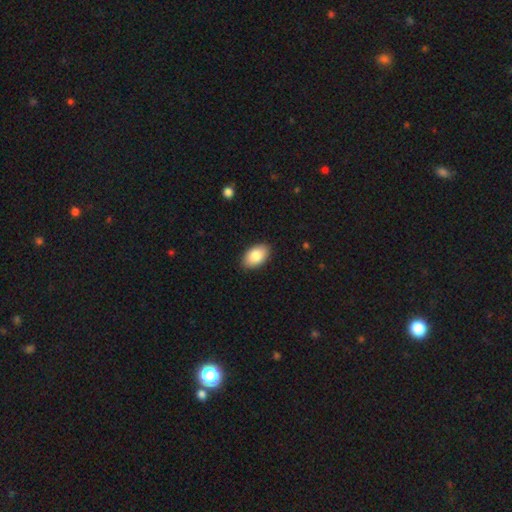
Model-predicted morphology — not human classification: A smooth galaxy with no disk features (86%) that is in between round and cigar-shaped (93%). Merging: none (88%).